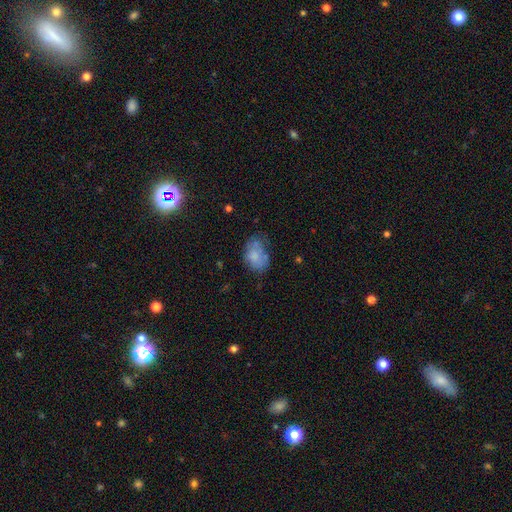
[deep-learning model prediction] Smooth or featured?
  - smooth: 64% *
  - featured or disk: 26%
  - star or artifact: 9%
How rounded?
  - in between: 77% *
  - round: 22%
  - cigar-shaped: 1%
Merging?
  - none: 39% *
  - minor disturbance: 29%
  - major disturbance: 17%
  - merger: 15%